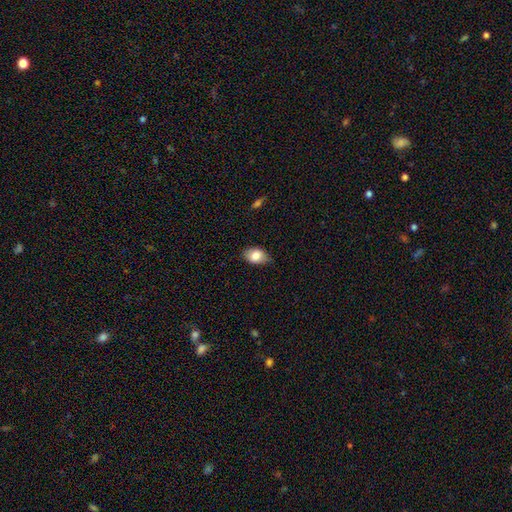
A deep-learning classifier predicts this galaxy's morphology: A smooth galaxy with no disk features (81%) that is in between round and cigar-shaped (84%).

Vote fractions:
- Smooth or featured? smooth: 81% / featured or disk: 11% / star or artifact: 8%
- How rounded? in between: 84% / round: 14% / cigar-shaped: 2%
- Merging? none: 73% / minor disturbance: 22% / major disturbance: 3% / merger: 1%